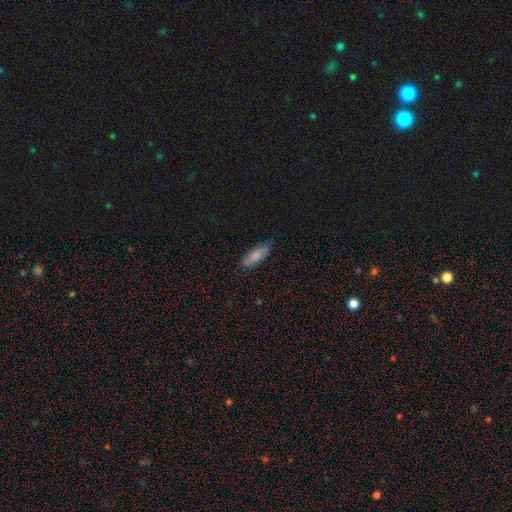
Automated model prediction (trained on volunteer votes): Morphology: type=smooth (75%); roundness=in between (64%); merging=none (78%).